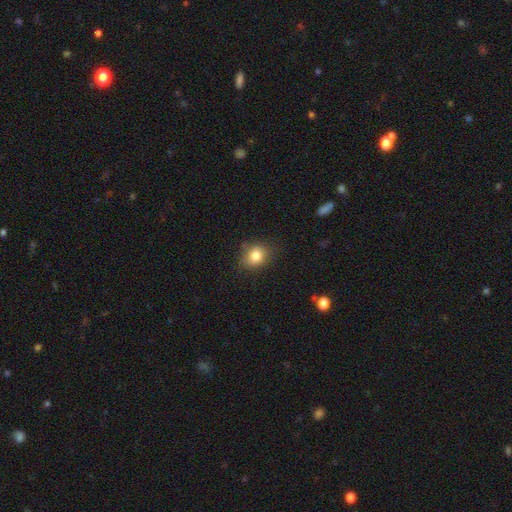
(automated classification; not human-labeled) This is clearly a smooth galaxy (82%). How rounded: possibly round (55%). Merging: likely none (74%).